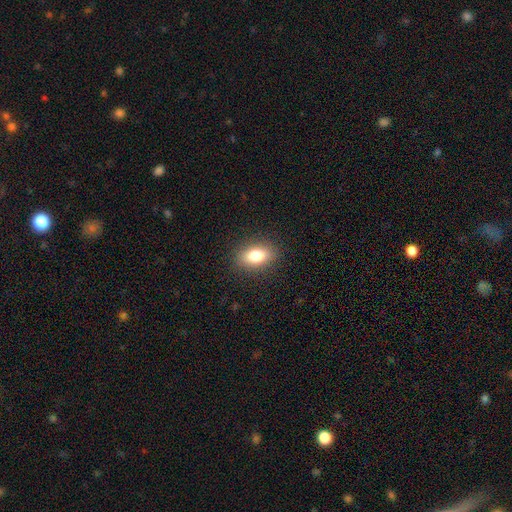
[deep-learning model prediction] A smooth galaxy with no disk features (81%) that is in between round and cigar-shaped (85%).

Vote fractions:
- Smooth or featured? smooth: 81% / featured or disk: 10% / star or artifact: 9%
- How rounded? in between: 85% / round: 11% / cigar-shaped: 4%
- Merging? none: 88% / minor disturbance: 9% / major disturbance: 3% / merger: 1%